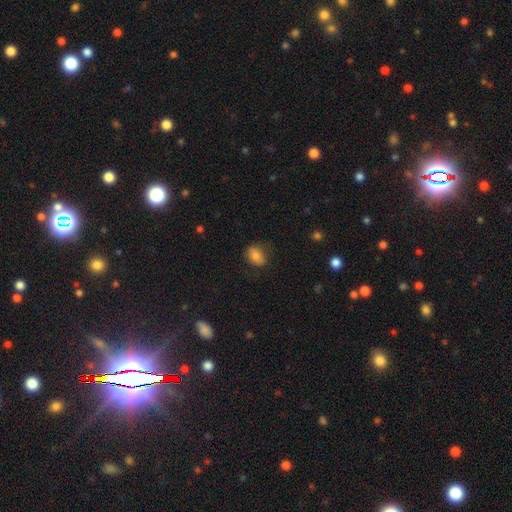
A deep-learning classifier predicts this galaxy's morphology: Smooth or featured? smooth (80%)
How rounded? in between (69%)
Merging? none (73%)